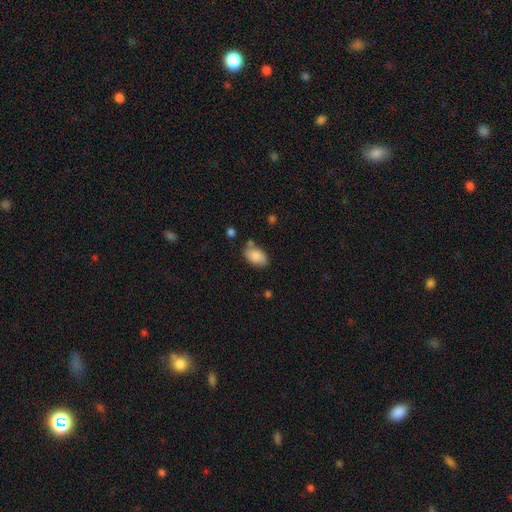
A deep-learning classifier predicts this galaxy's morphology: A smooth galaxy with no disk features (84%) that is in between round and cigar-shaped (91%). Merging: none (64%).